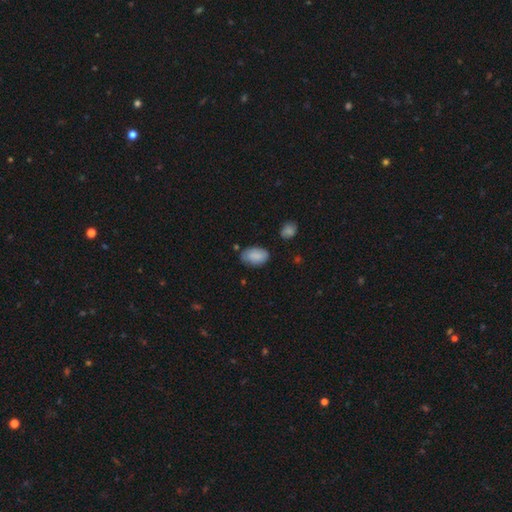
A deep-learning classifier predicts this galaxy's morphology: Smooth or featured? smooth (83%)
How rounded? in between (90%)
Merging? none (66%)